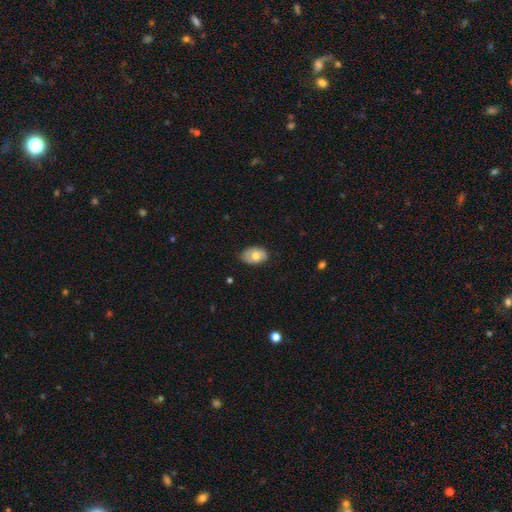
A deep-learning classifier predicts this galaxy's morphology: This is likely a smooth galaxy (72%). How rounded: clearly in between (88%). Merging: likely none (78%).